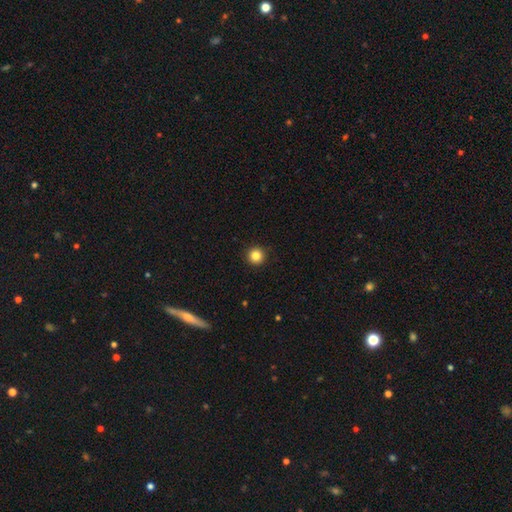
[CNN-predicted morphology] Smooth or featured?
  - smooth: 84% *
  - star or artifact: 11%
  - featured or disk: 5%
How rounded?
  - round: 96% *
  - in between: 3%
  - cigar-shaped: 1%
Merging?
  - none: 93% *
  - minor disturbance: 5%
  - major disturbance: 2%
  - merger: 1%